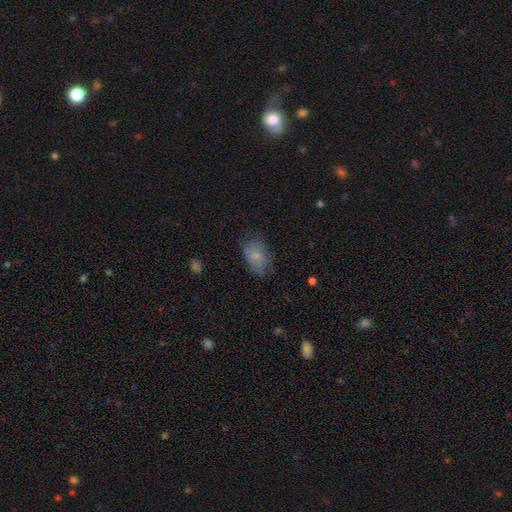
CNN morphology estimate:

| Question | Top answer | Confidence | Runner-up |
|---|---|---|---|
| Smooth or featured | smooth | 75% | featured or disk (16%) |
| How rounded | in between | 84% | round (14%) |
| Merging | none | 64% | minor disturbance (25%) |